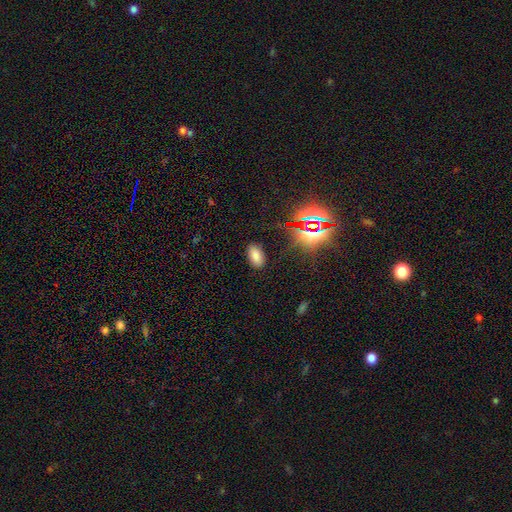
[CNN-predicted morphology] Overall: smooth (75%). How rounded: in between (93%). Merging: none (87%).